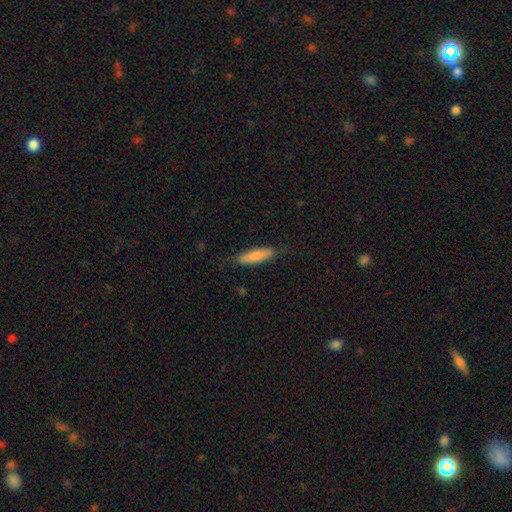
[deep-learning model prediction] This is clearly a smooth galaxy (80%). How rounded: likely cigar-shaped (64%). Merging: likely none (78%).